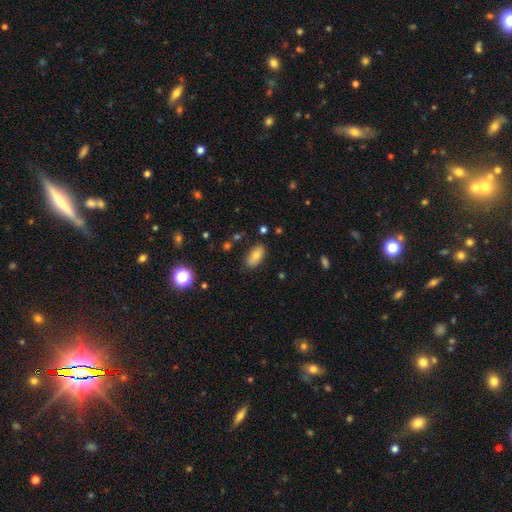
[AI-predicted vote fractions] Smooth or featured? smooth (75%)
How rounded? in between (91%)
Merging? none (81%)